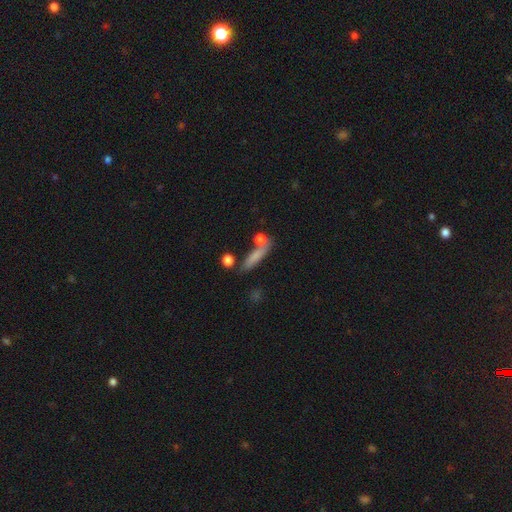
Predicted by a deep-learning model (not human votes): The model was most divided on "merging": none: 69%, minor disturbance: 14%, merger: 11%, major disturbance: 5%. More confident: how rounded — cigar-shaped (75%); smooth or featured — smooth (73%).